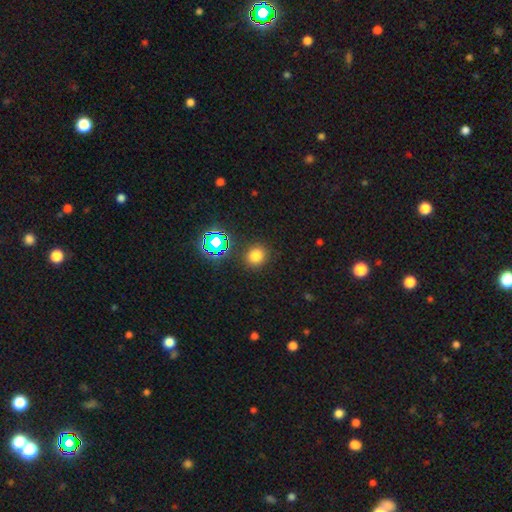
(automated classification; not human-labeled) The model was most divided on "smooth or featured": smooth: 73%, star or artifact: 21%, featured or disk: 6%. More confident: merging — none (88%); how rounded — round (84%).